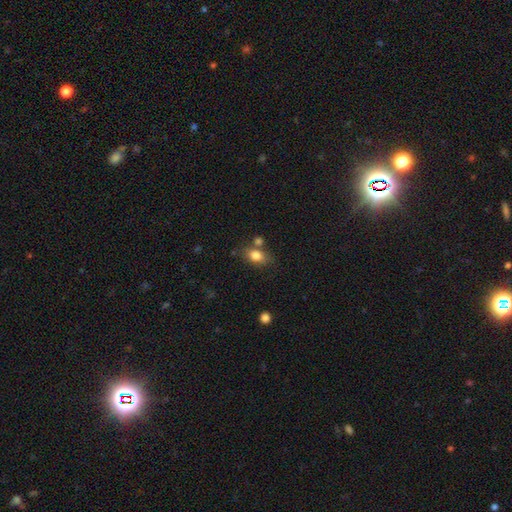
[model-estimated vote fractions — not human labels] The model was most divided on "merging": none: 65%, merger: 16%, minor disturbance: 16%, major disturbance: 4%. More confident: smooth or featured — smooth (81%); how rounded — in between (75%).